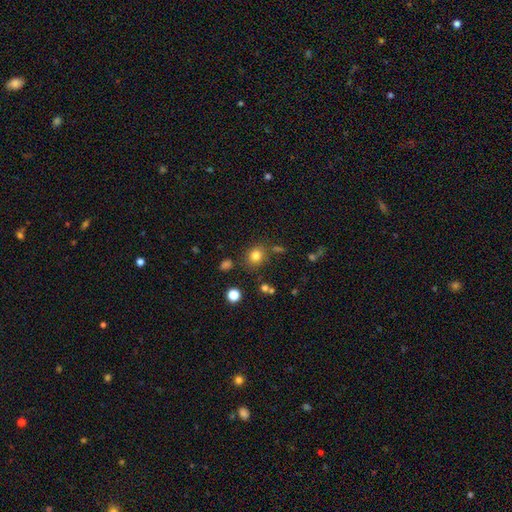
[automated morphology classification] The model was most divided on "how rounded": round: 73%, in between: 26%, cigar-shaped: 1%. More confident: merging — none (79%); smooth or featured — smooth (79%).